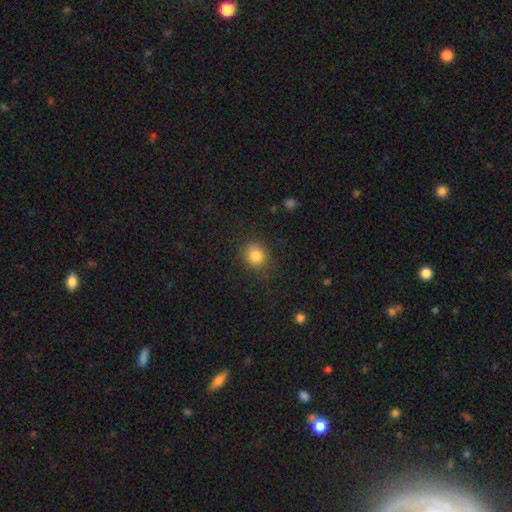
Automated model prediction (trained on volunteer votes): A smooth galaxy with no disk features (84%) that is round (82%). Merging: none (83%).